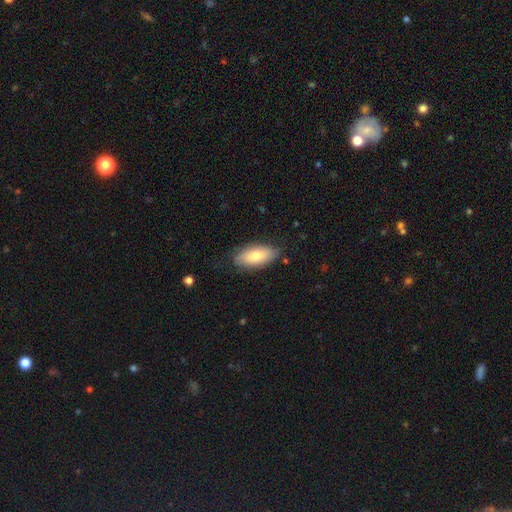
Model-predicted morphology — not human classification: This is likely a smooth galaxy (72%). How rounded: clearly in between (88%). Merging: likely none (79%).